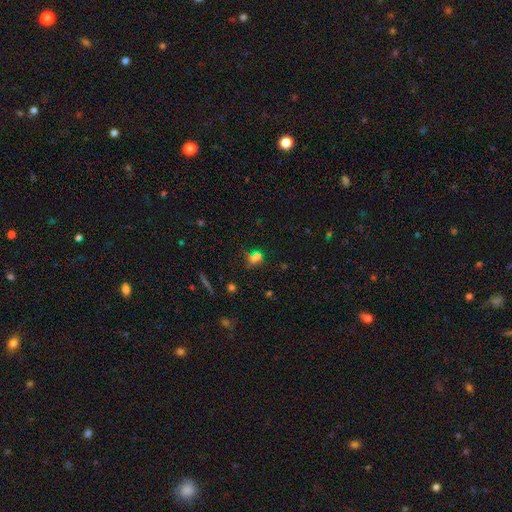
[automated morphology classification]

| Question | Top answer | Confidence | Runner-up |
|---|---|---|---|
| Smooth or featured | smooth | 48% | star or artifact (43%) |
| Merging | none | 71% | minor disturbance (14%) |